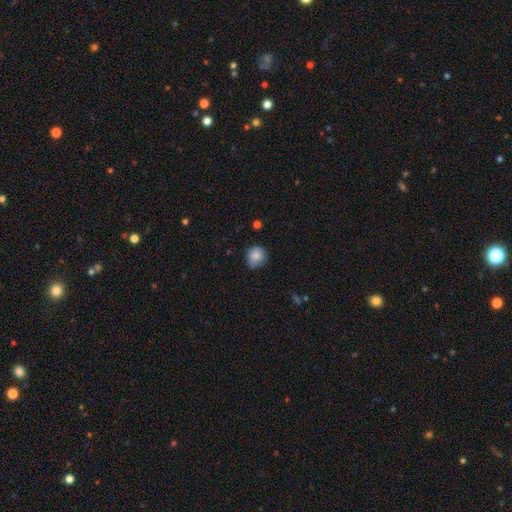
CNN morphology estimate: Smooth or featured: smooth — 84% (star or artifact — 9%)
How rounded: round — 84% (in between — 15%)
Merging: none — 68% (minor disturbance — 26%)